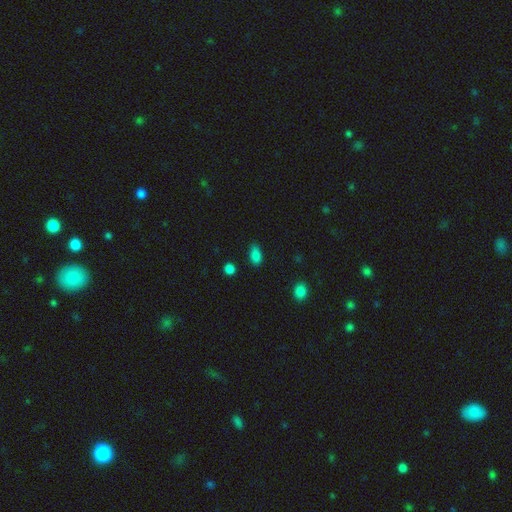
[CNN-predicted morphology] Q: Smooth or featured?
A: smooth (85%); runner-up: star or artifact (11%)
Q: How rounded?
A: in between (89%); runner-up: round (7%)
Q: Merging?
A: none (76%); runner-up: minor disturbance (19%)